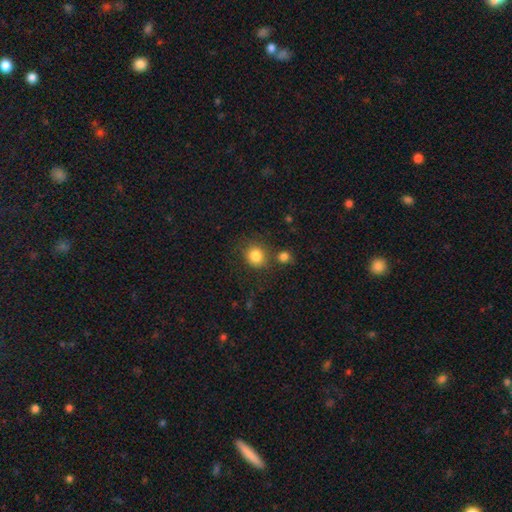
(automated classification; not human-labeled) A smooth galaxy with no disk features (84%) that is round (85%).

Vote fractions:
- Smooth or featured? smooth: 84% / star or artifact: 10% / featured or disk: 6%
- How rounded? round: 85% / in between: 14% / cigar-shaped: 1%
- Merging? none: 71% / merger: 13% / minor disturbance: 11% / major disturbance: 5%